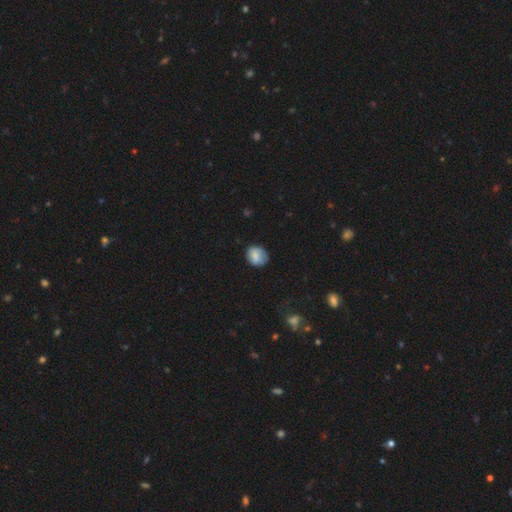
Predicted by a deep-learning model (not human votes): Smooth or featured? Predicted: smooth (p=0.75). How rounded? Predicted: round (p=0.63). Merging? Predicted: none (p=0.66).